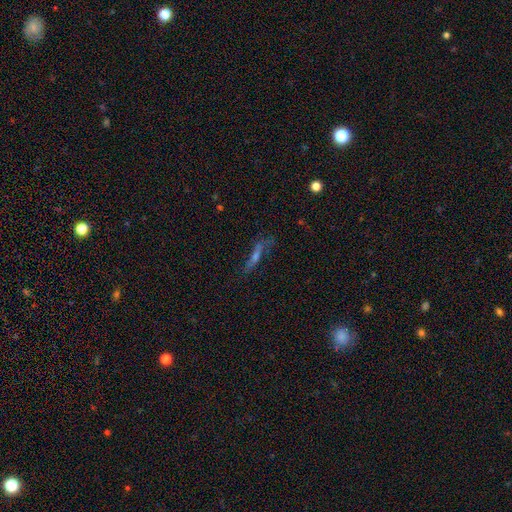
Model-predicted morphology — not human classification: smooth-or-featured: featured or disk: 54% | smooth: 30% | star or artifact: 16%
  disk-edge-on: yes: 66% | no: 34%
  merging: none: 63% | minor disturbance: 20% | major disturbance: 13% | merger: 3%